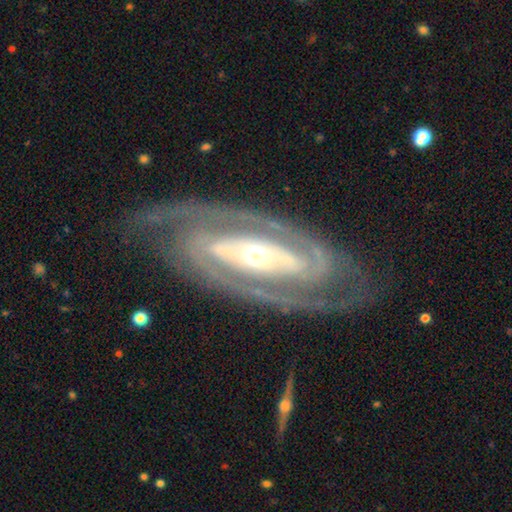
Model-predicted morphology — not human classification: A featured or disk galaxy (92%) with a strong bar (45%), 2 (84%) tight (62%) spiral arms (97%) and a moderate central bulge (51%).

Vote fractions:
- Smooth or featured? featured or disk: 92% / smooth: 4% / star or artifact: 4%
- Edge-on disk? no: 94% / yes: 6%
- Bar? strong: 45% / no: 33% / weak: 22%
- Spiral arms? yes: 97% / no: 3%
- Spiral winding? tight: 62% / medium: 32% / loose: 6%
- Spiral arm count? 2: 84% / 3: 5% / can't tell: 5% / 1: 2% / 4: 2% / more than 4: 2%
- Bulge size? moderate: 51% / small: 41% / large: 5% / dominant: 1% / none: 1%
- Merging? none: 80% / minor disturbance: 12% / major disturbance: 6% / merger: 2%